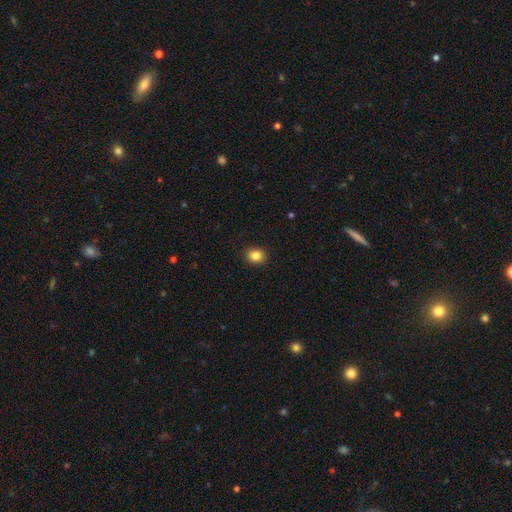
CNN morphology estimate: Smooth or featured? smooth (84%)
How rounded? round (66%)
Merging? none (90%)